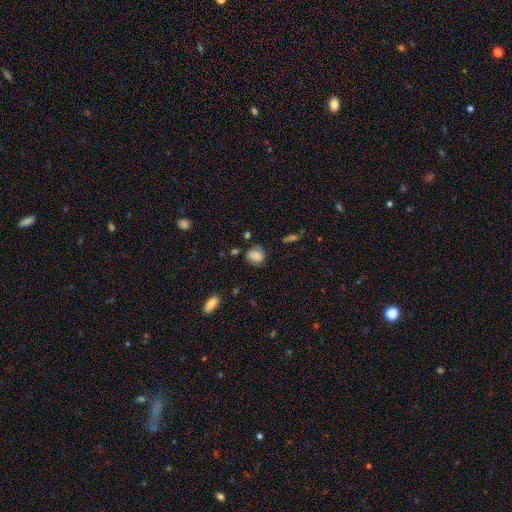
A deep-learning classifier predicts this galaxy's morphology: Q: Smooth or featured?
A: smooth (55%); runner-up: featured or disk (35%)
Q: How rounded?
A: round (63%); runner-up: in between (36%)
Q: Merging?
A: none (68%); runner-up: minor disturbance (21%)